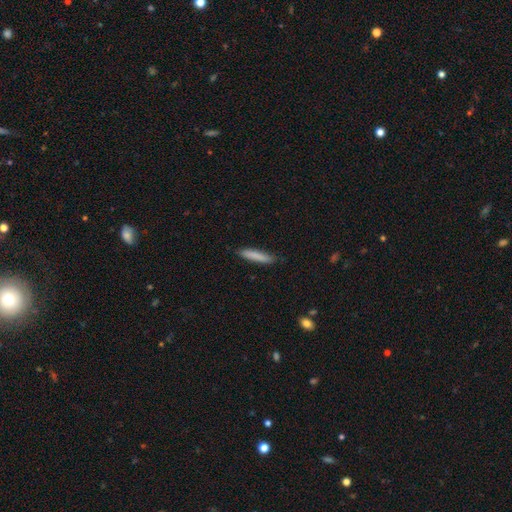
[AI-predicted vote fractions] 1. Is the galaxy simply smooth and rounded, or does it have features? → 83% smooth, 11% featured or disk, 6% star or artifact.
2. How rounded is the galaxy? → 89% cigar-shaped, 9% in between, 1% round.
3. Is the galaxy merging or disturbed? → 86% none, 11% minor disturbance, 2% major disturbance, 1% merger.